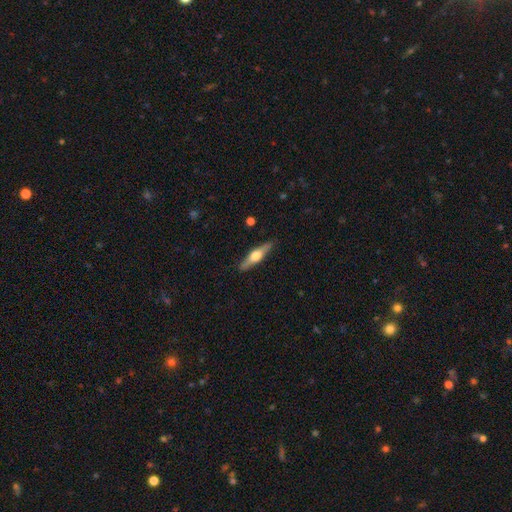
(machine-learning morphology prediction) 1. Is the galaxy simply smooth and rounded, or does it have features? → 59% featured or disk, 36% smooth, 6% star or artifact.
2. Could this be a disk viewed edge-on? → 94% yes, 6% no.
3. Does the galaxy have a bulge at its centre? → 93% rounded, 5% boxy, 2% none.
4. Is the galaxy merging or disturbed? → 88% none, 9% minor disturbance, 2% major disturbance, 1% merger.